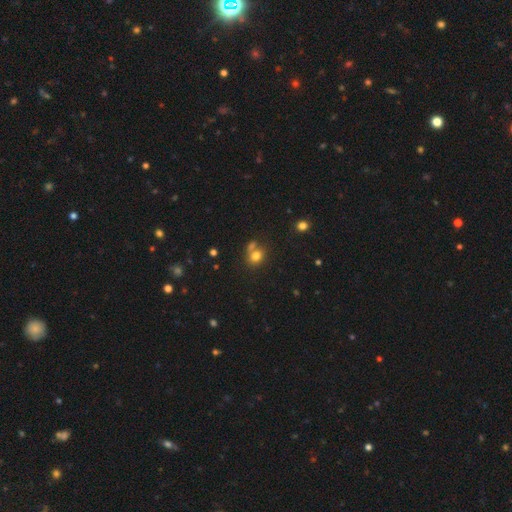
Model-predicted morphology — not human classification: smooth_or_featured: smooth (p=0.78) [alt: star or artifact p=0.13]
how_rounded: round (p=0.69) [alt: in between p=0.30]
merging: none (p=0.51) [alt: merger p=0.33]